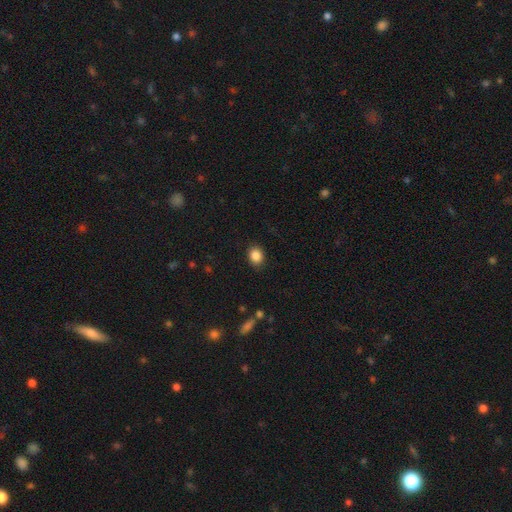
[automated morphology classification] Smooth or featured? Predicted: smooth (p=0.87). How rounded? Predicted: round (p=0.54). Merging? Predicted: none (p=0.88).